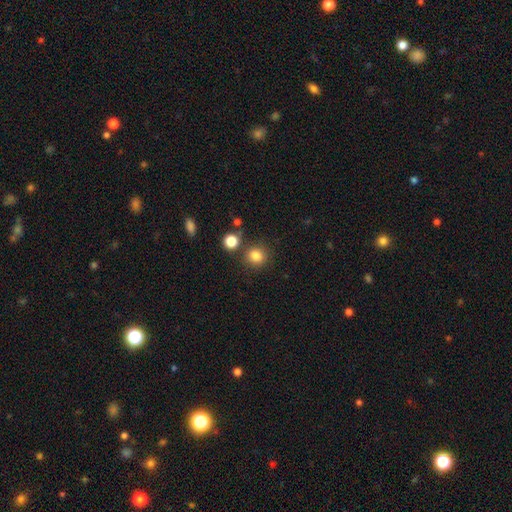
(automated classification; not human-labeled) Smooth or featured? Predicted: smooth (p=0.83). How rounded? Predicted: round (p=0.87). Merging? Predicted: none (p=0.81).